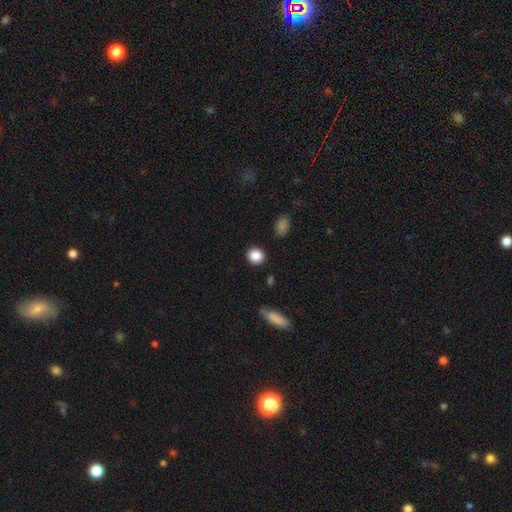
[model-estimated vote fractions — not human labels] Smooth or featured? Predicted: smooth (p=0.87). How rounded? Predicted: round (p=0.87). Merging? Predicted: none (p=0.89).